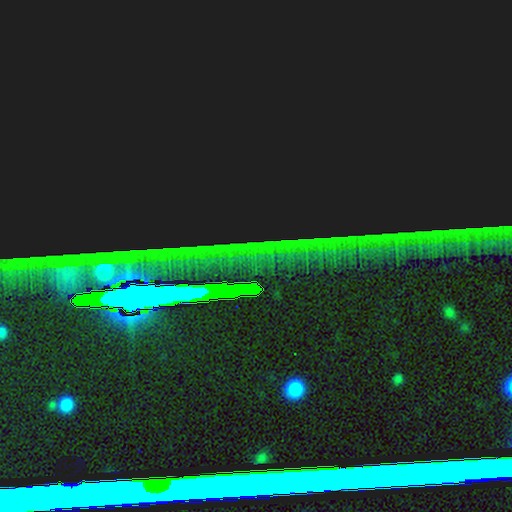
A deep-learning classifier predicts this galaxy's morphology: This is clearly a star or artifact rather than a galaxy (83%).